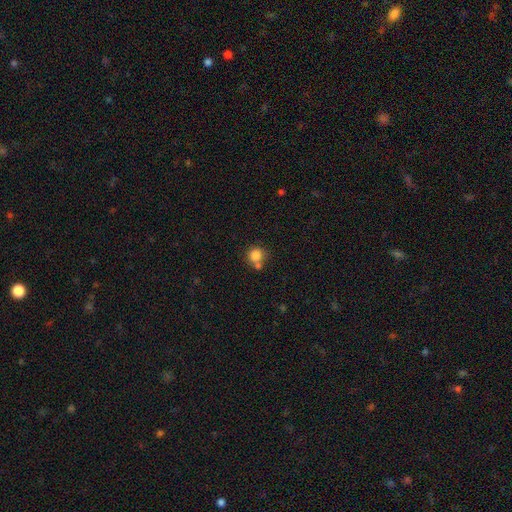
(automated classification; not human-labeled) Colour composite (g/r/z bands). It shows a smooth galaxy with no disk features (83%) that is round (90%). Merging: none (58%).